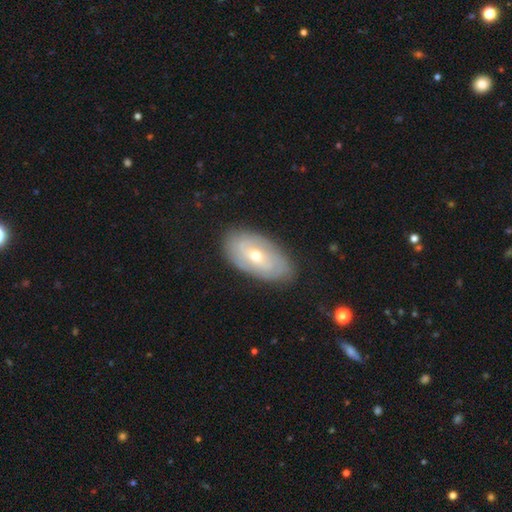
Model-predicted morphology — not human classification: smooth-or-featured: featured or disk: 60% | smooth: 33% | star or artifact: 7%
  disk-edge-on: no: 89% | yes: 11%
    bar: no: 64% | weak: 27% | strong: 8%
    has-spiral-arms: yes: 58% | no: 42%
    bulge-size: moderate: 52% | small: 45% | large: 2% | dominant: 1% | none: 1%
  merging: none: 81% | minor disturbance: 14% | major disturbance: 3% | merger: 1%